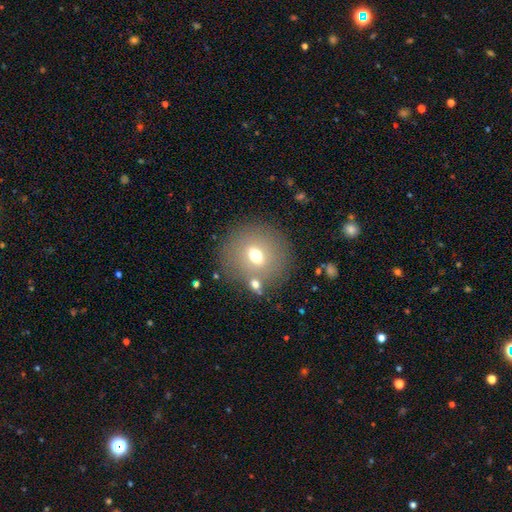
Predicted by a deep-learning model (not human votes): smooth-or-featured: smooth: 62% | featured or disk: 24% | star or artifact: 14%
  how-rounded: round: 82% | in between: 16% | cigar-shaped: 1%
  merging: none: 79% | minor disturbance: 9% | merger: 7% | major disturbance: 5%